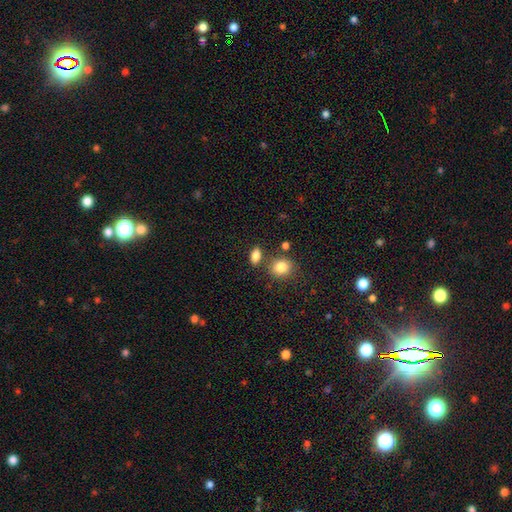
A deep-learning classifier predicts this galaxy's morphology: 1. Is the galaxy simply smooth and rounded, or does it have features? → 85% smooth, 9% star or artifact, 6% featured or disk.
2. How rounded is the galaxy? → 82% in between, 14% round, 4% cigar-shaped.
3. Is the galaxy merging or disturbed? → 74% none, 12% merger, 11% minor disturbance, 3% major disturbance.